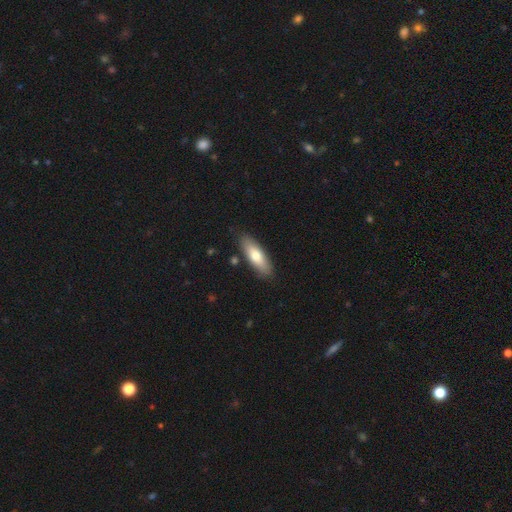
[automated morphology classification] Smooth or featured: smooth — 73% (featured or disk — 22%)
How rounded: in between — 58% (cigar-shaped — 40%)
Merging: none — 85% (minor disturbance — 10%)